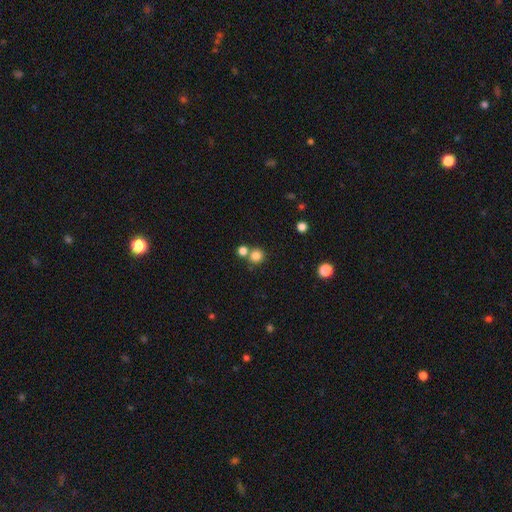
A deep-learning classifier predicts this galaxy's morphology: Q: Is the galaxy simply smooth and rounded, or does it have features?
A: smooth — 81%.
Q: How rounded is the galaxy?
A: round — 91%.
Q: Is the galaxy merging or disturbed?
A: none — 66%.